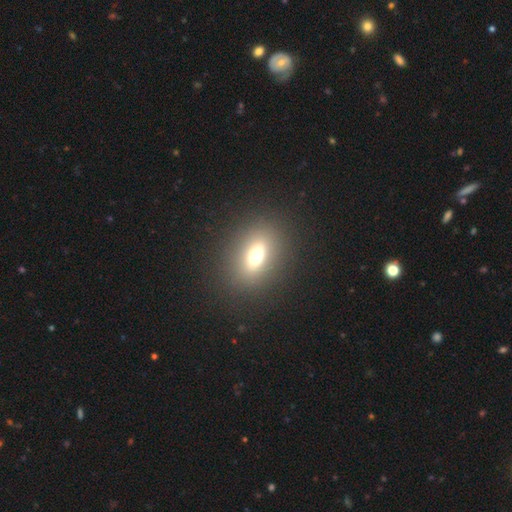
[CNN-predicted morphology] smooth 65%, featured or disk 18%, star or artifact 17%. Down the decision tree: how rounded — in between (63%); merging — none (87%).